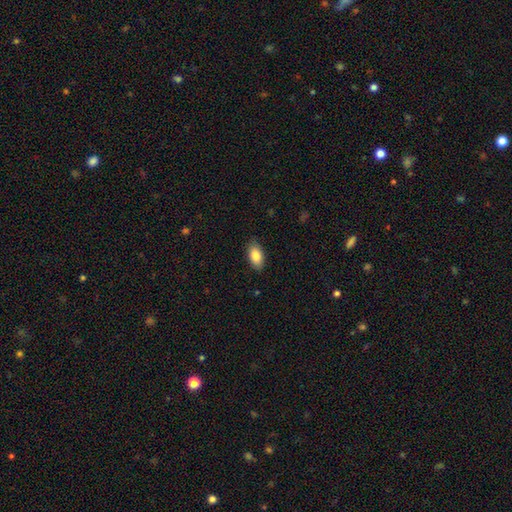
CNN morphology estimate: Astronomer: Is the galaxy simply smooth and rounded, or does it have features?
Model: smooth — 84%.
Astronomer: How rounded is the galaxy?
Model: in between — 92%.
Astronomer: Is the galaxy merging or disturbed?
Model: none — 85%.